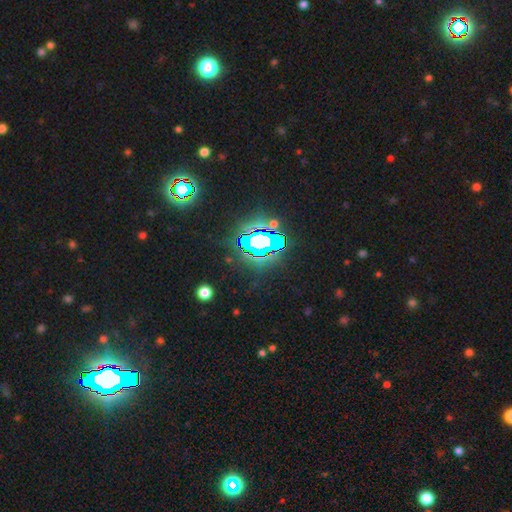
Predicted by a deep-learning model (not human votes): smooth-or-featured: star or artifact: 83% | smooth: 10% | featured or disk: 8%